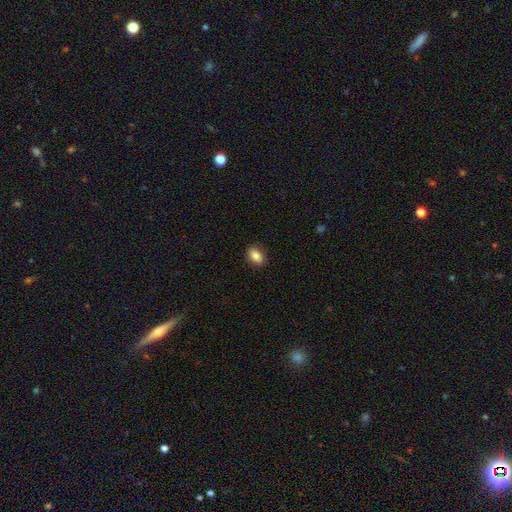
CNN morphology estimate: smooth-or-featured: smooth: 85% | star or artifact: 8% | featured or disk: 6%
  how-rounded: in between: 83% | round: 15% | cigar-shaped: 2%
  merging: none: 89% | minor disturbance: 8% | major disturbance: 2% | merger: 1%